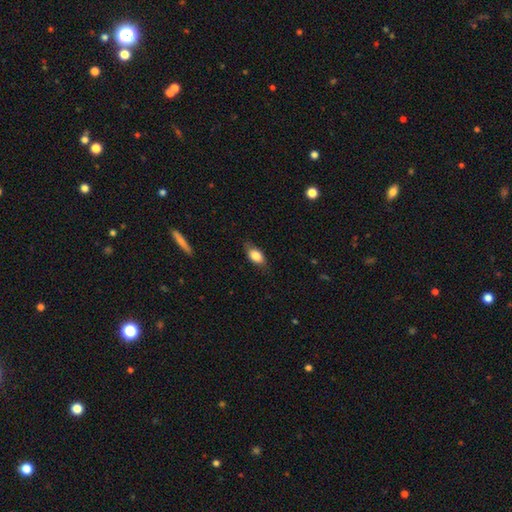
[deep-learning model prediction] Morphology: type=smooth (81%); roundness=in between (85%); merging=none (75%).